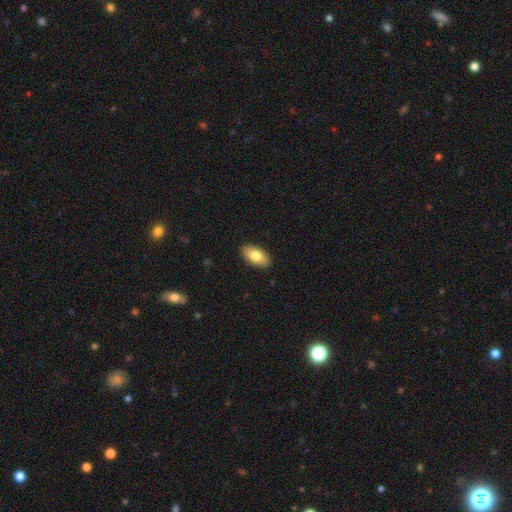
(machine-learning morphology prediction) Smooth or featured: smooth — 79% (featured or disk — 14%)
How rounded: in between — 94% (cigar-shaped — 3%)
Merging: none — 90% (minor disturbance — 8%)